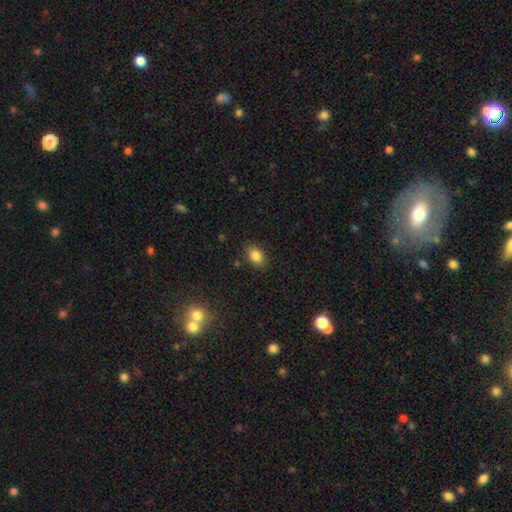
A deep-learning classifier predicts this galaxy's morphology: This is clearly a smooth galaxy (84%). How rounded: likely in between (77%). Merging: clearly none (85%).